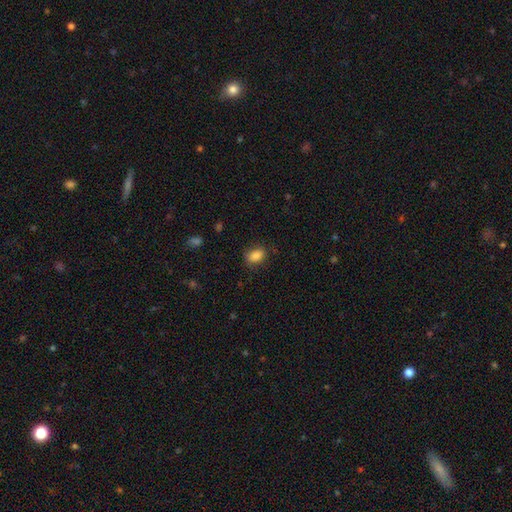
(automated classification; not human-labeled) Smooth or featured?
  - smooth: 87% *
  - star or artifact: 9%
  - featured or disk: 5%
How rounded?
  - in between: 80% *
  - round: 19%
  - cigar-shaped: 2%
Merging?
  - none: 81% *
  - minor disturbance: 14%
  - major disturbance: 4%
  - merger: 1%